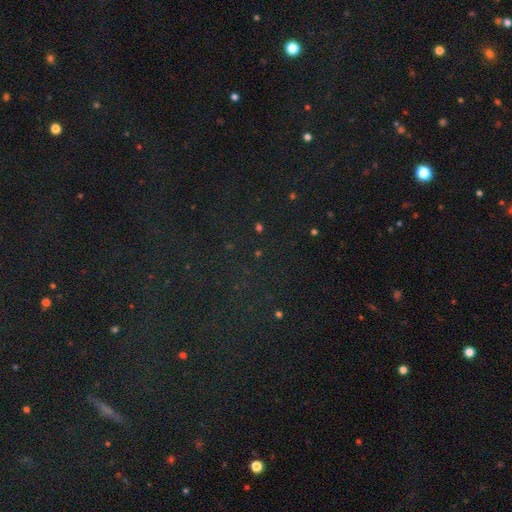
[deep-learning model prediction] This is likely a star or artifact rather than a galaxy (79%).